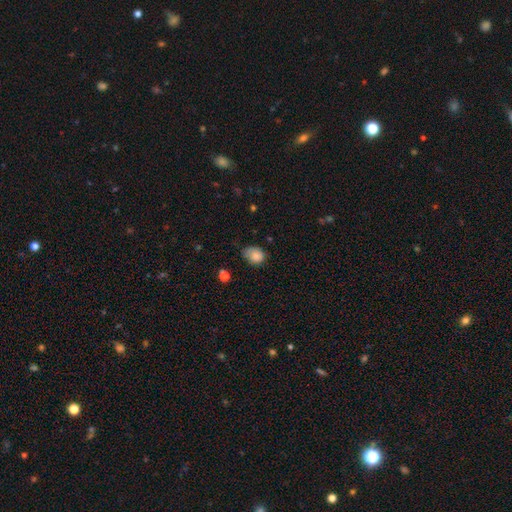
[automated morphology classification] Smooth or featured: smooth — 81% (featured or disk — 10%)
How rounded: in between — 53% (round — 47%)
Merging: none — 45% (minor disturbance — 41%)